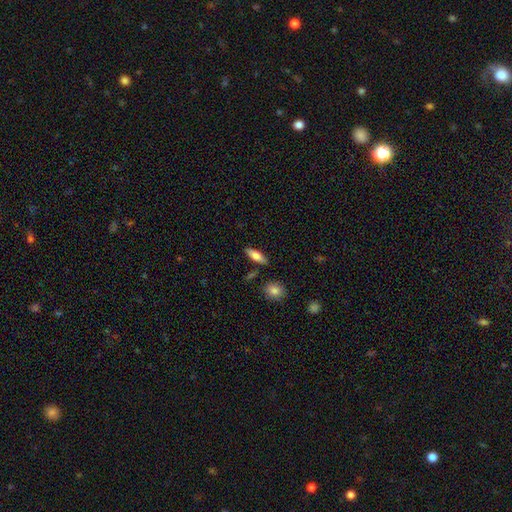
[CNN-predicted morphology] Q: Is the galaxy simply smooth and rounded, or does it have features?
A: smooth — 71%.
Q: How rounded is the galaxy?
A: in between — 59%.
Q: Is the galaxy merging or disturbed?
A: none — 84%.